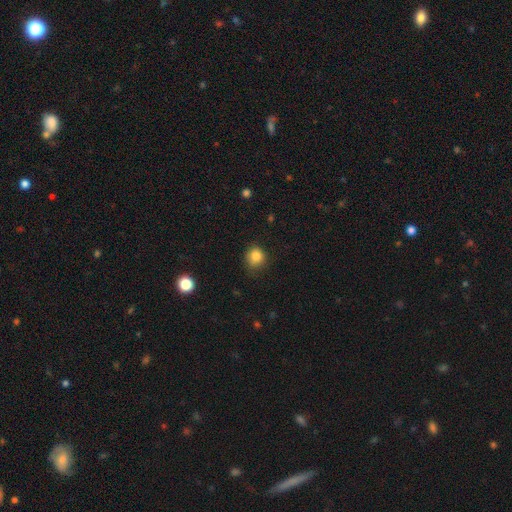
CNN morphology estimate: Smooth or featured? smooth (84%)
How rounded? round (82%)
Merging? none (76%)